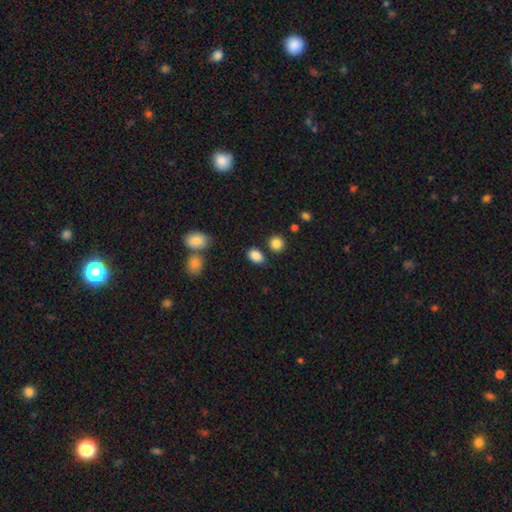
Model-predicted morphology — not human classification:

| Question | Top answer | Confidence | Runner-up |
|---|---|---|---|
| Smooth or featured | smooth | 86% | star or artifact (9%) |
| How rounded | in between | 76% | round (23%) |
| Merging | none | 76% | minor disturbance (12%) |